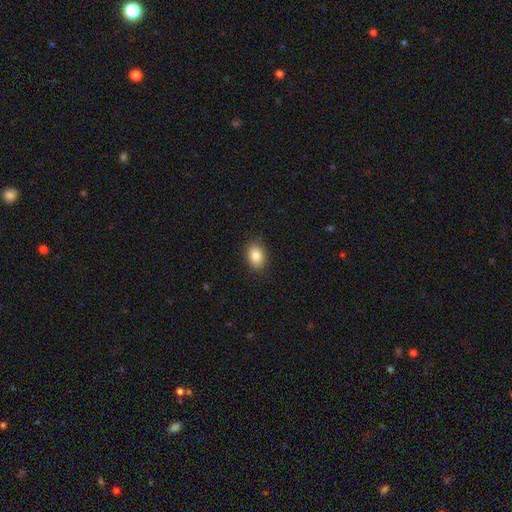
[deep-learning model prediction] Morphology: type=smooth (85%); roundness=in between (76%); merging=none (88%).